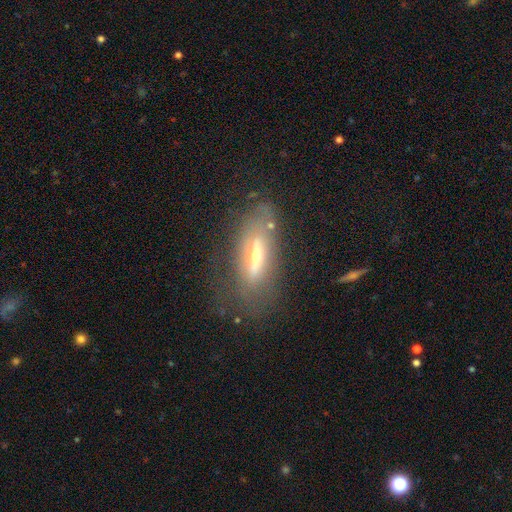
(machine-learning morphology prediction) Smooth or featured? featured or disk (61%)
Edge-on disk? yes (61%)
Merging? none (65%)